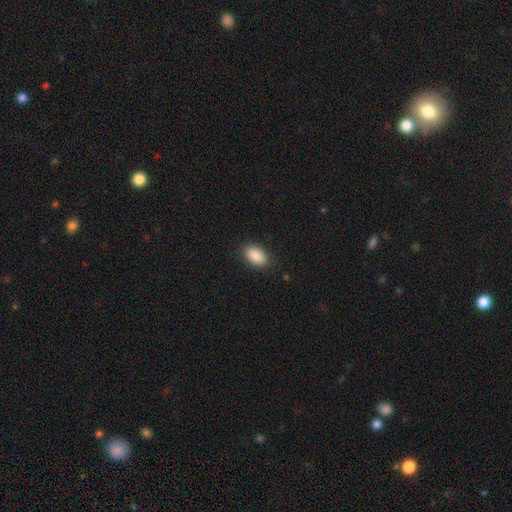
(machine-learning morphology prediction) type=smooth (89%); roundness=in between (92%); merging=none (88%).